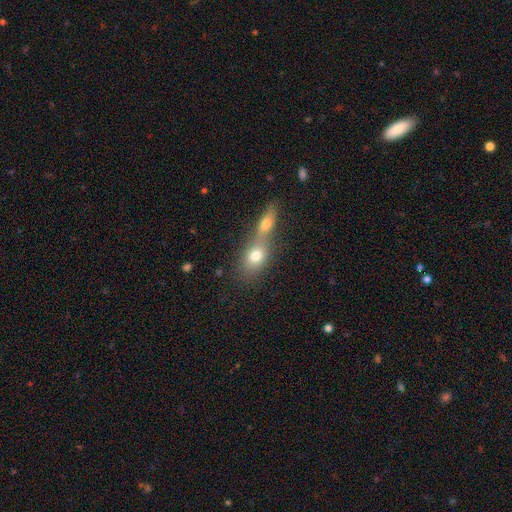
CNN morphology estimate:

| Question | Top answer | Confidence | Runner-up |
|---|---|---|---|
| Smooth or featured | smooth | 74% | featured or disk (16%) |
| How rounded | in between | 65% | round (26%) |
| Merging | merger | 62% | none (29%) |